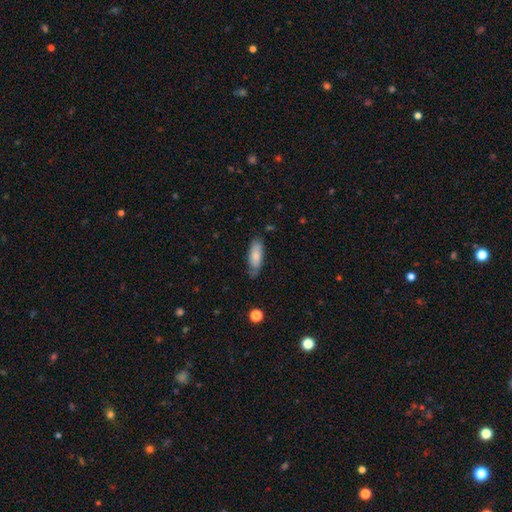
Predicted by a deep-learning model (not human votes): Smooth or featured? smooth (79%)
How rounded? in between (70%)
Merging? none (67%)